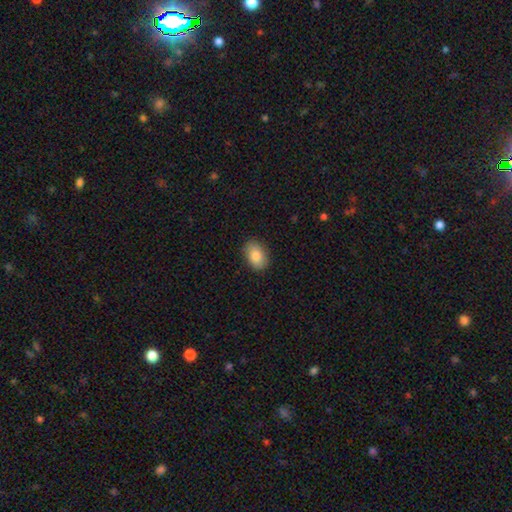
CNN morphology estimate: Smooth or featured? Predicted: smooth (p=0.86). How rounded? Predicted: in between (p=0.86). Merging? Predicted: none (p=0.86).